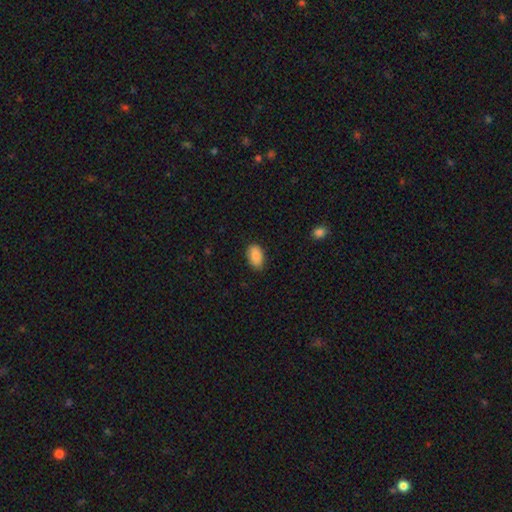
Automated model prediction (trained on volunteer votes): A smooth galaxy with no disk features (88%) that is in between round and cigar-shaped (91%).

Vote fractions:
- Smooth or featured? smooth: 88% / star or artifact: 7% / featured or disk: 5%
- How rounded? in between: 91% / round: 7% / cigar-shaped: 2%
- Merging? none: 83% / minor disturbance: 13% / major disturbance: 3% / merger: 1%